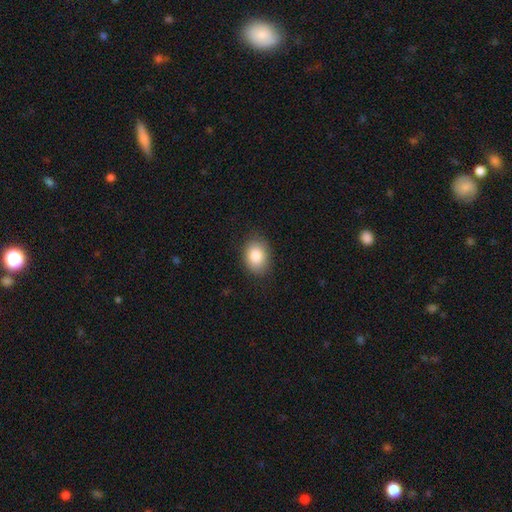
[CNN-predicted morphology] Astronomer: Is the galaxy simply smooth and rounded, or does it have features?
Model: smooth — 85%.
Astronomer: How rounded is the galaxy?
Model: in between — 71%.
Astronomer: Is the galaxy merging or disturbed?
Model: none — 84%.